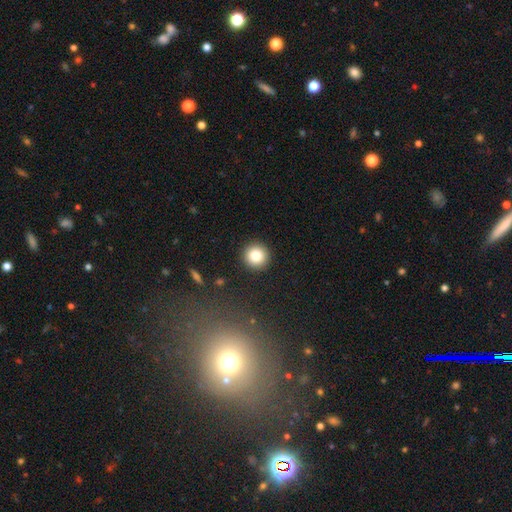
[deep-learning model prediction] Smooth or featured? smooth (82%)
How rounded? round (95%)
Merging? none (92%)